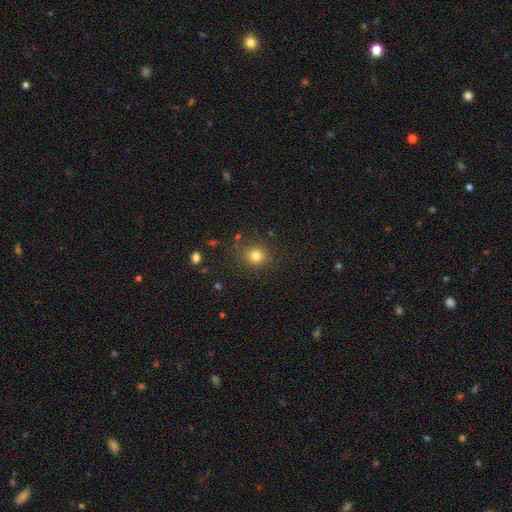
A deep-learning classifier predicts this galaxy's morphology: This is clearly a smooth galaxy (81%). How rounded: clearly round (87%). Merging: clearly none (85%).